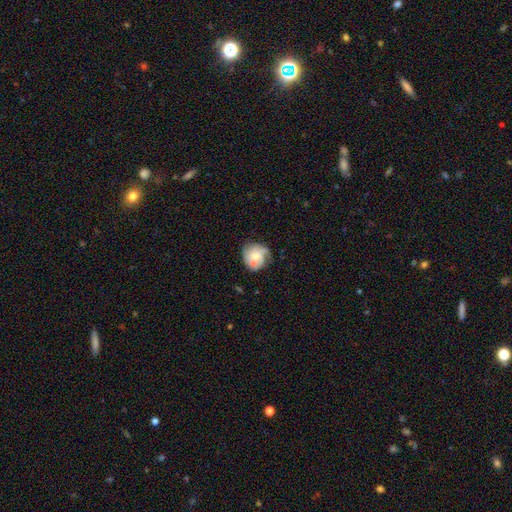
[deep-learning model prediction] A featured or disk galaxy (55%) with no bar (80%), spiral arms (73%) and a moderate central bulge (46%). Merging: none (52%).